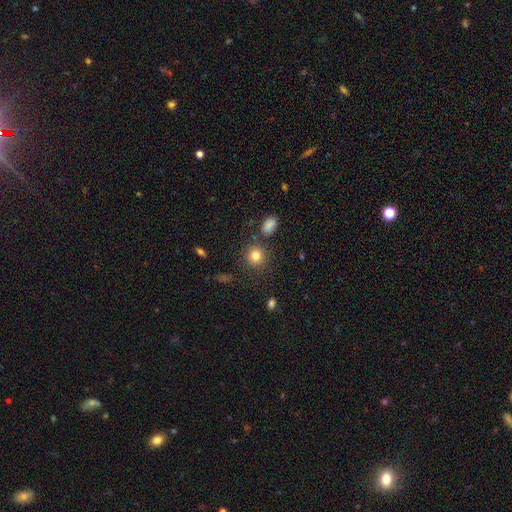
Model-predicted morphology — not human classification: Smooth or featured? smooth (81%)
How rounded? round (88%)
Merging? none (83%)